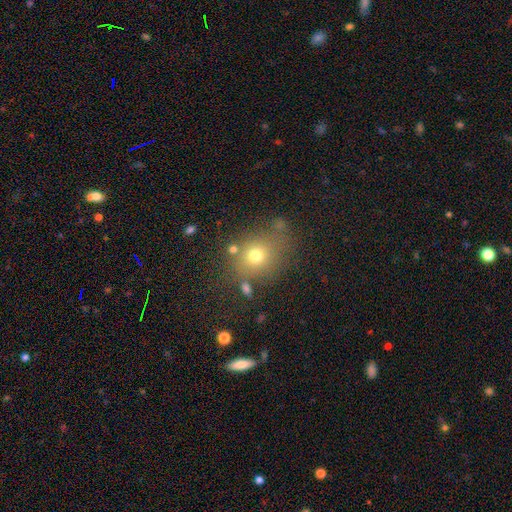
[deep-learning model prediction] A smooth galaxy with no disk features (70%) that is round (69%). Merging: none (70%).